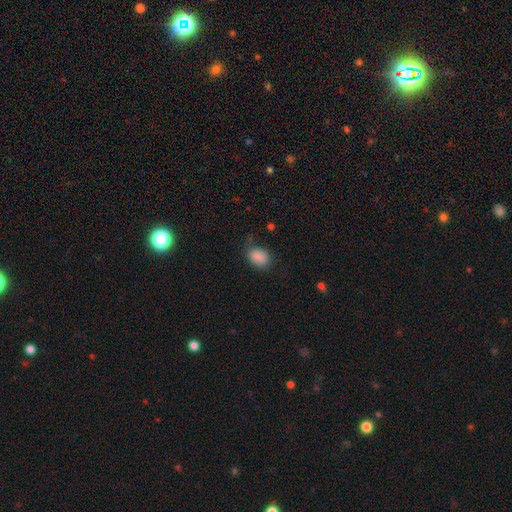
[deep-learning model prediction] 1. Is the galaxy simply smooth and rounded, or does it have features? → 84% smooth, 9% star or artifact, 6% featured or disk.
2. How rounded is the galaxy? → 63% in between, 35% round, 1% cigar-shaped.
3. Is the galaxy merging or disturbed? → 70% none, 22% minor disturbance, 6% major disturbance, 2% merger.